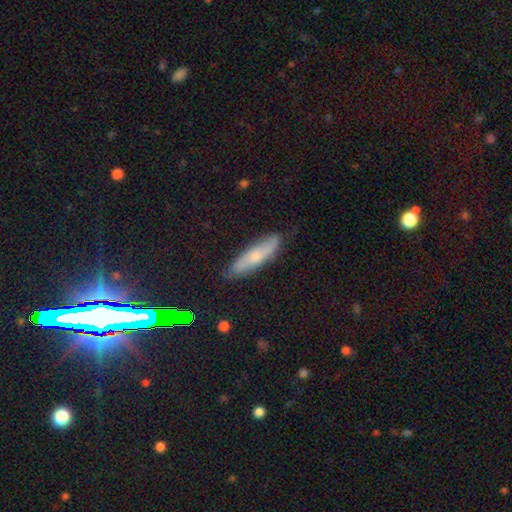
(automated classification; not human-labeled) Smooth or featured? Predicted: smooth (p=0.60). How rounded? Predicted: cigar-shaped (p=0.75). Merging? Predicted: none (p=0.79).